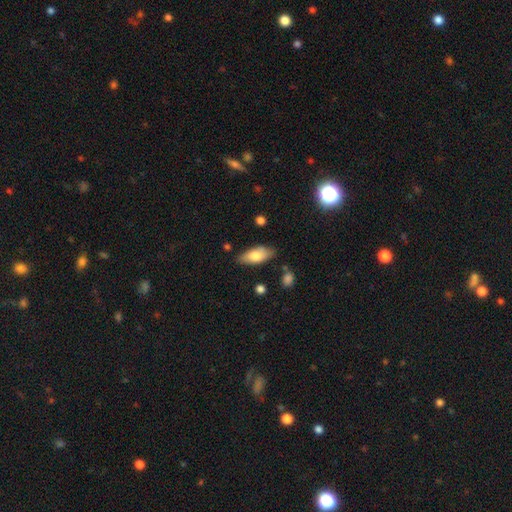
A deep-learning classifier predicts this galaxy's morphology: This is likely a smooth galaxy (74%). How rounded: clearly in between (83%). Merging: likely none (77%).